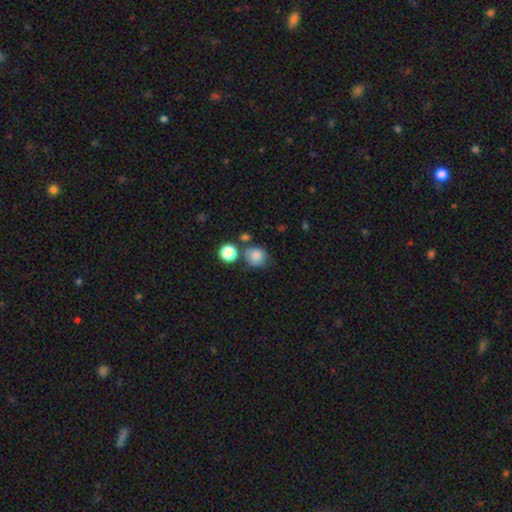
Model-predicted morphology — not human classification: Q: Smooth or featured?
A: smooth (82%); runner-up: star or artifact (11%)
Q: How rounded?
A: round (78%); runner-up: in between (21%)
Q: Merging?
A: none (59%); runner-up: minor disturbance (21%)